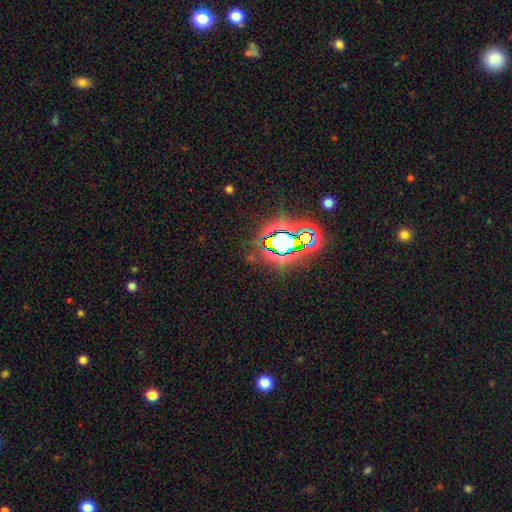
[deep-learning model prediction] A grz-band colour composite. It shows a star or artifact, not a galaxy (80%).